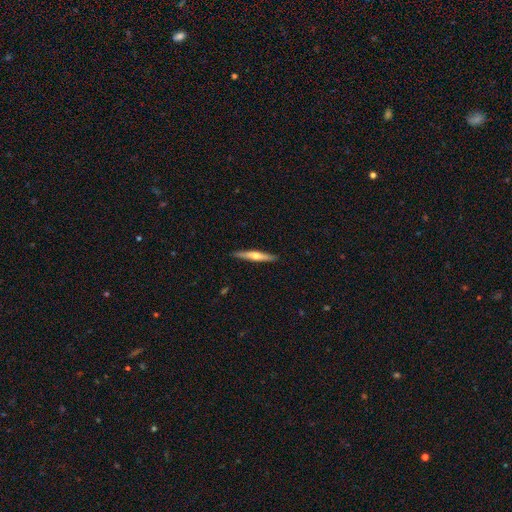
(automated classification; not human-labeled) Smooth or featured: featured or disk — 53% (smooth — 41%)
Edge-on disk: yes — 96% (no — 4%)
Edge-on bulge: rounded — 84% (none — 11%)
Merging: none — 90% (minor disturbance — 8%)